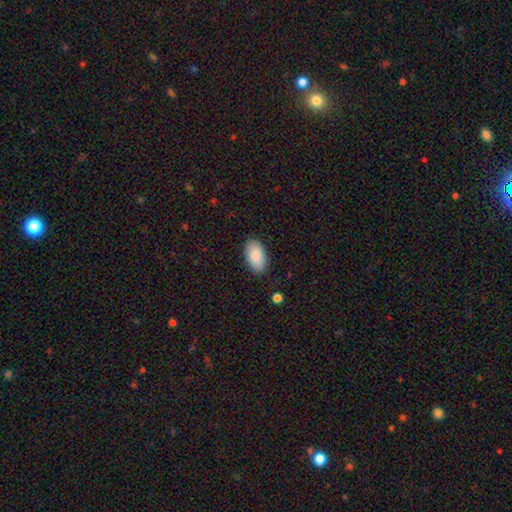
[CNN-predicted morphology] Smooth or featured? smooth (88%)
How rounded? in between (95%)
Merging? none (88%)